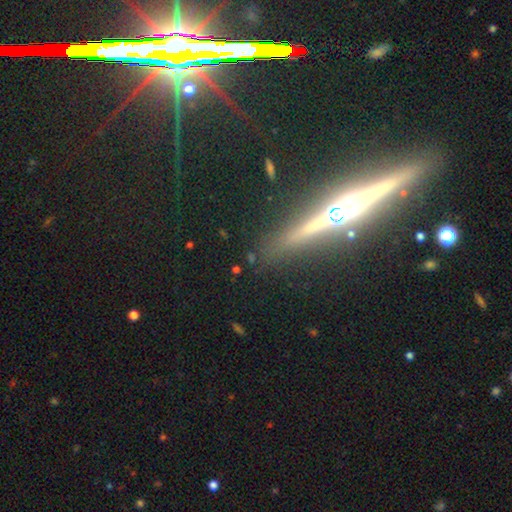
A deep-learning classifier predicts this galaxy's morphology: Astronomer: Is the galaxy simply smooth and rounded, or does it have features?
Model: featured or disk — 64%.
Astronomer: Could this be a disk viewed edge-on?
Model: yes — 94%.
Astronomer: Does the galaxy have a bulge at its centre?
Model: rounded — 85%.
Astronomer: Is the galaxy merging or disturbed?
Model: none — 87%.